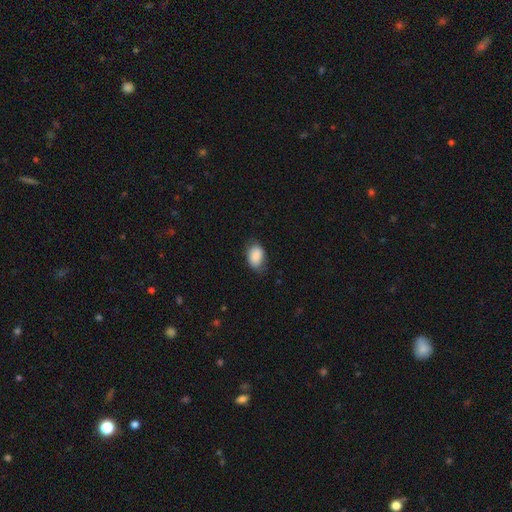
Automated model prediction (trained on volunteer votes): Q: Smooth or featured?
A: smooth (86%); runner-up: star or artifact (7%)
Q: How rounded?
A: in between (86%); runner-up: round (13%)
Q: Merging?
A: none (71%); runner-up: minor disturbance (23%)